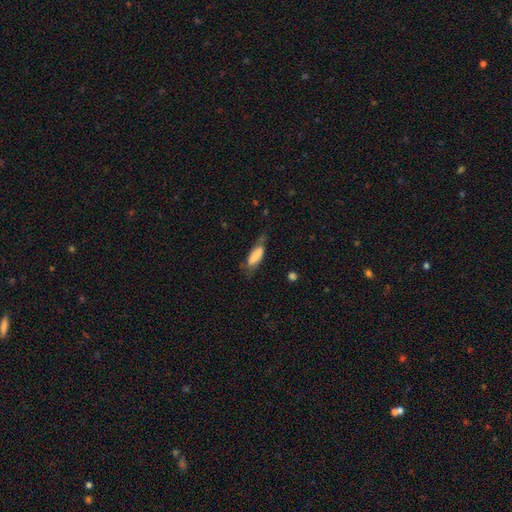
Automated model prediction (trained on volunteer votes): smooth 76%, featured or disk 17%, star or artifact 7%. Down the decision tree: how rounded — in between (56%); merging — none (47%).